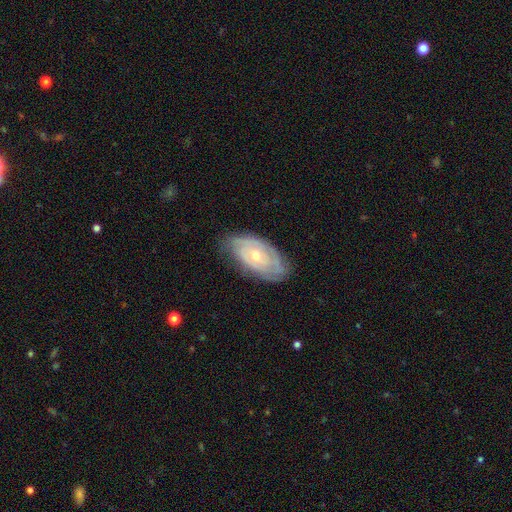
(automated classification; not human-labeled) The model was most divided on "bulge size": moderate: 49%, small: 48%, large: 2%, none: 1%, dominant: 1%. More confident: edge-on disk — no (92%); spiral arms — yes (83%); bar — no (78%); smooth or featured — featured or disk (75%); spiral winding — tight (72%); merging — none (71%); spiral arm count — can't tell (50%).